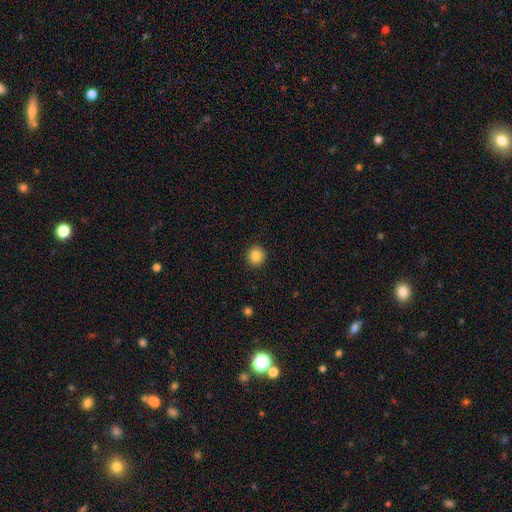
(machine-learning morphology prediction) smooth_or_featured: smooth (p=0.85) [alt: star or artifact p=0.10]
how_rounded: round (p=0.91) [alt: in between p=0.08]
merging: none (p=0.91) [alt: minor disturbance p=0.06]